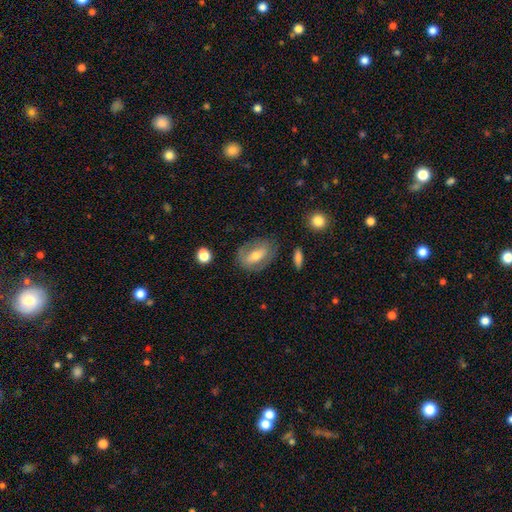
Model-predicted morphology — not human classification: This is possibly a smooth galaxy (47%). Merging: likely none (71%).